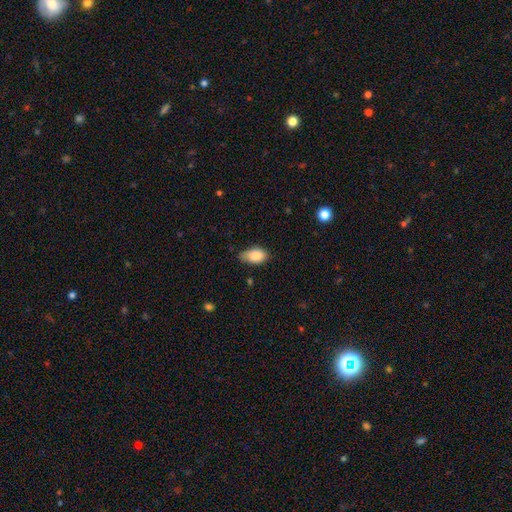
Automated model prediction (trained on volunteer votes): Q: Smooth or featured?
A: smooth (86%); runner-up: star or artifact (7%)
Q: How rounded?
A: in between (91%); runner-up: round (7%)
Q: Merging?
A: none (53%); runner-up: minor disturbance (38%)